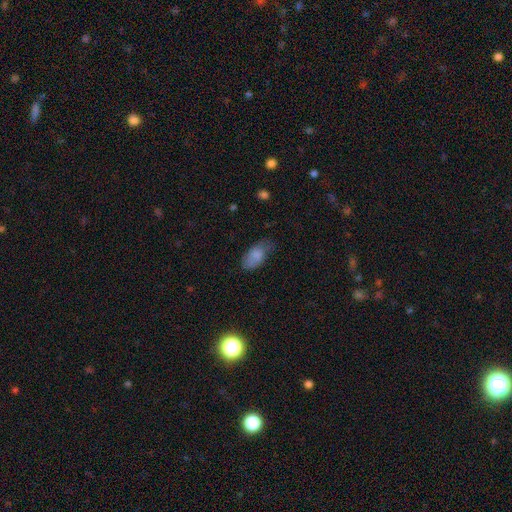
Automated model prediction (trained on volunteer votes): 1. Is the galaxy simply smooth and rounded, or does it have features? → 81% smooth, 12% featured or disk, 8% star or artifact.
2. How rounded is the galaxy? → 92% in between, 4% cigar-shaped, 3% round.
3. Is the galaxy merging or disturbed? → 56% none, 31% minor disturbance, 10% major disturbance, 2% merger.